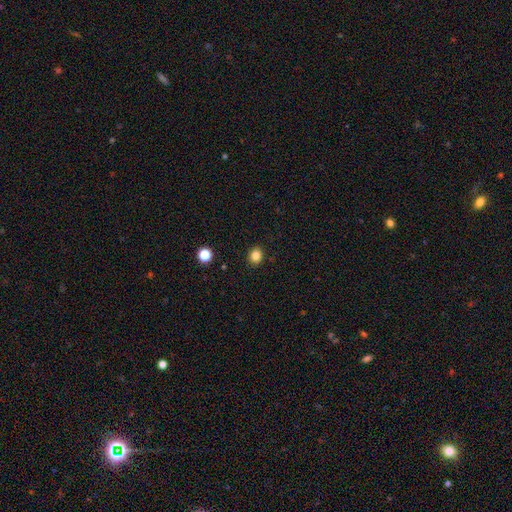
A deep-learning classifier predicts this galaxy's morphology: Smooth or featured? Predicted: smooth (p=0.83). How rounded? Predicted: round (p=0.67). Merging? Predicted: none (p=0.90).